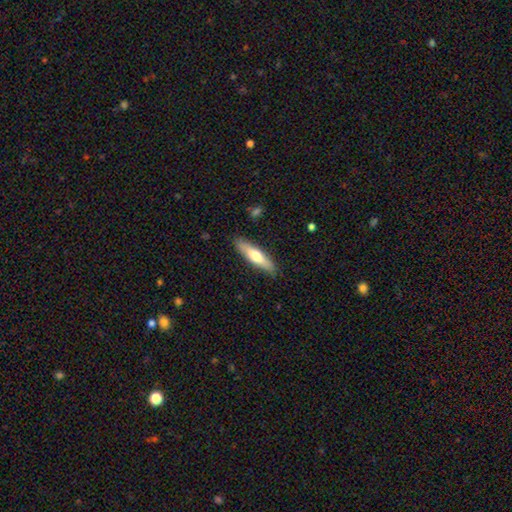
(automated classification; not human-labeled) This appears to be a smooth galaxy with no disk features (60%) that is cigar-shaped (73%). Merging: none (88%).